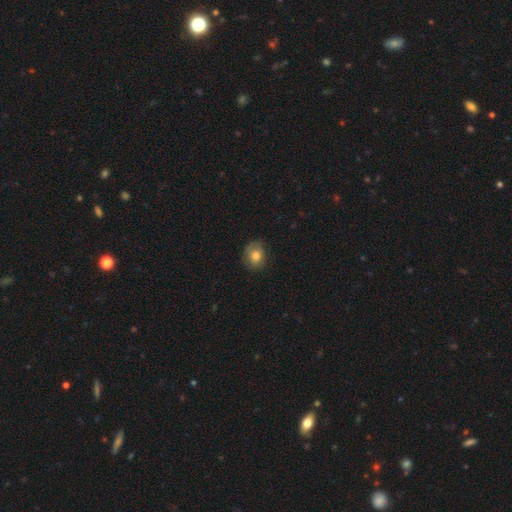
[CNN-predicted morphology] This is likely a smooth galaxy (77%). How rounded: possibly round (57%). Merging: likely none (72%).